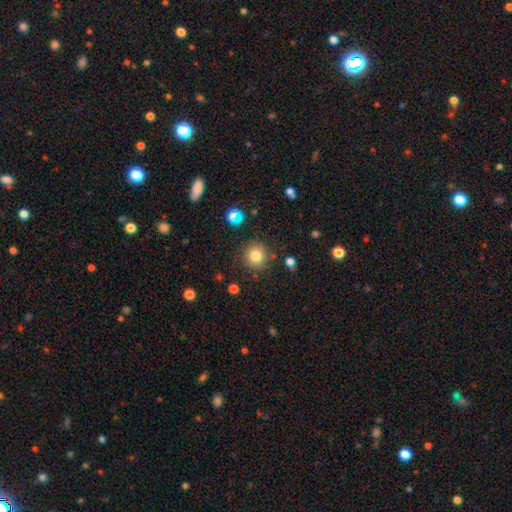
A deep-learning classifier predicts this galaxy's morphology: smooth_or_featured: smooth (p=0.81) [alt: star or artifact p=0.12]
how_rounded: round (p=0.93) [alt: in between p=0.06]
merging: none (p=0.86) [alt: minor disturbance p=0.08]